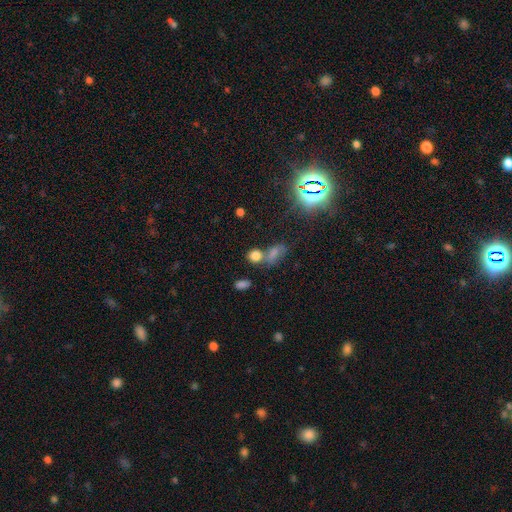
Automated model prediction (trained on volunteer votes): Q: Smooth or featured?
A: smooth (73%); runner-up: star or artifact (19%)
Q: How rounded?
A: round (54%); runner-up: in between (42%)
Q: Merging?
A: none (49%); runner-up: merger (35%)